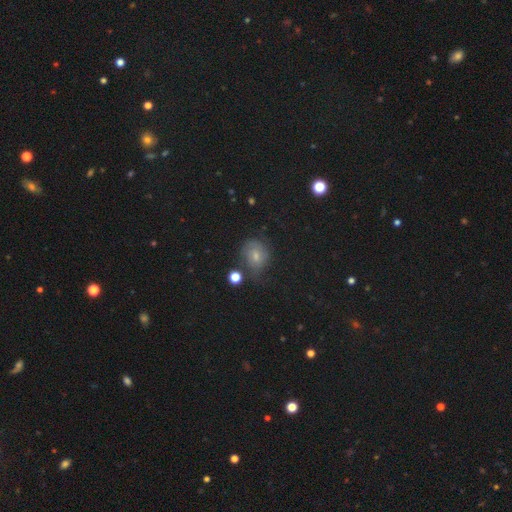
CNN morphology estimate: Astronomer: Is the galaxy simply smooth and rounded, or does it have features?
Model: smooth — 52% (runner-up: featured or disk, 31%).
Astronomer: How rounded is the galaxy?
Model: round — 65%.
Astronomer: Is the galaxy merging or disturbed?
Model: none — 52% (runner-up: minor disturbance, 28%).